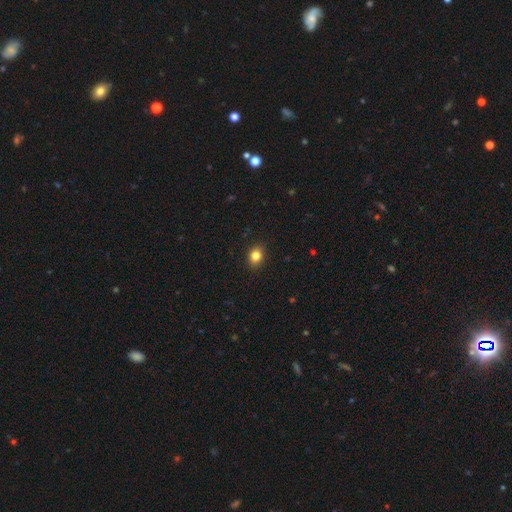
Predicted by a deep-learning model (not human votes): smooth 84%, star or artifact 10%, featured or disk 6%. Down the decision tree: how rounded — in between (52%); merging — none (90%).